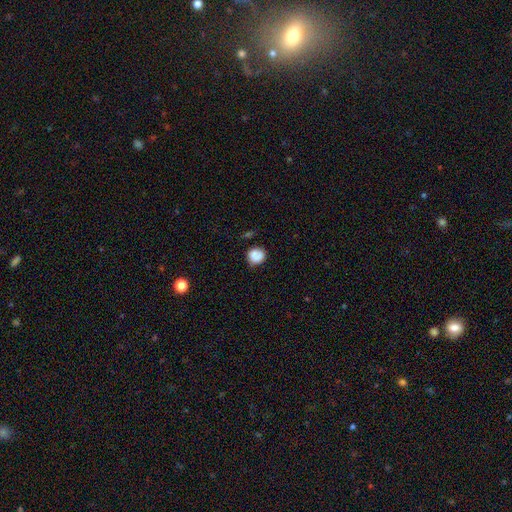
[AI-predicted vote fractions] Morphology: type=smooth (81%); roundness=round (84%); merging=none (69%).